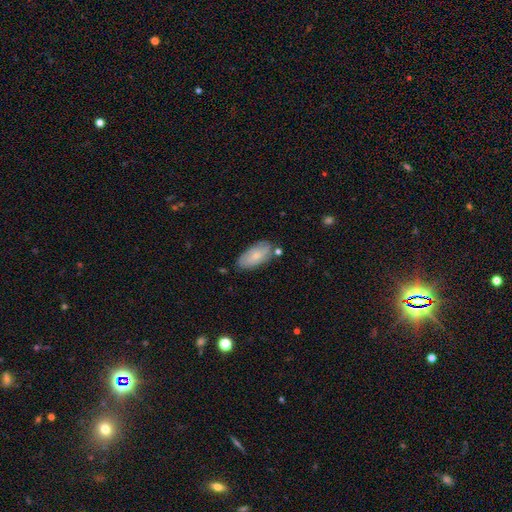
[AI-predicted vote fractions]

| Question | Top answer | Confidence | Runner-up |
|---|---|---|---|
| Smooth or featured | smooth | 61% | featured or disk (32%) |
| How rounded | in between | 90% | cigar-shaped (7%) |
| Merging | none | 70% | minor disturbance (20%) |